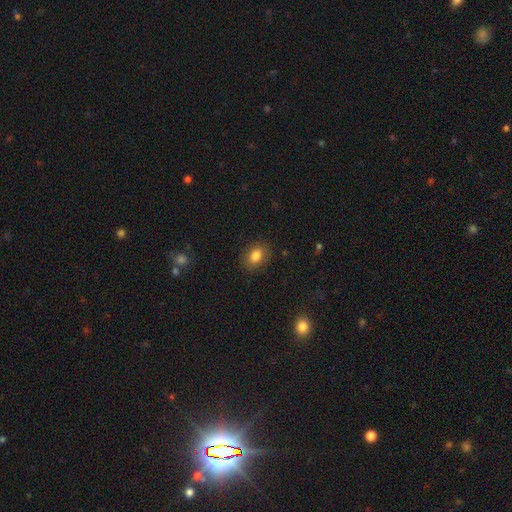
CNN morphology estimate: The model was most divided on "how rounded": in between: 75%, round: 24%, cigar-shaped: 1%. More confident: merging — none (85%); smooth or featured — smooth (83%).